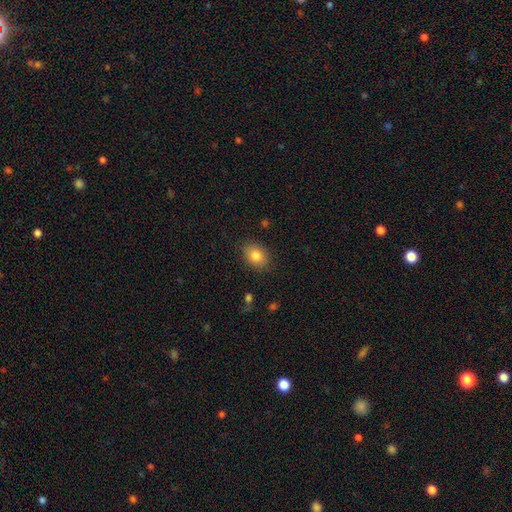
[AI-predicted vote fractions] smooth-or-featured: smooth: 83% | star or artifact: 9% | featured or disk: 8%
  how-rounded: in between: 65% | round: 35% | cigar-shaped: 1%
  merging: none: 86% | minor disturbance: 10% | major disturbance: 3% | merger: 1%